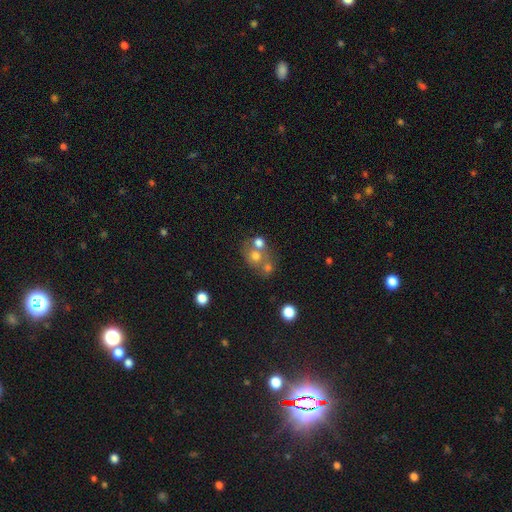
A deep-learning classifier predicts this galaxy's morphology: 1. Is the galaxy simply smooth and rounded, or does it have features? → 63% smooth, 22% featured or disk, 15% star or artifact.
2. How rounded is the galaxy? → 69% round, 30% in between, 1% cigar-shaped.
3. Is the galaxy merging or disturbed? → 48% merger, 37% none, 9% minor disturbance, 6% major disturbance.